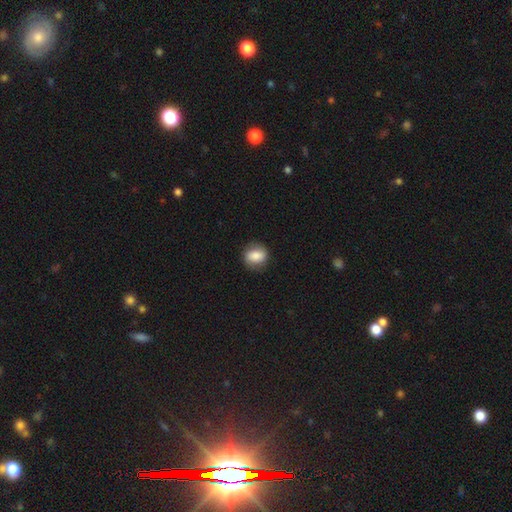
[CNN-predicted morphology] smooth_or_featured: smooth (p=0.78) [alt: featured or disk p=0.14]
how_rounded: round (p=0.65) [alt: in between p=0.34]
merging: none (p=0.83) [alt: minor disturbance p=0.12]